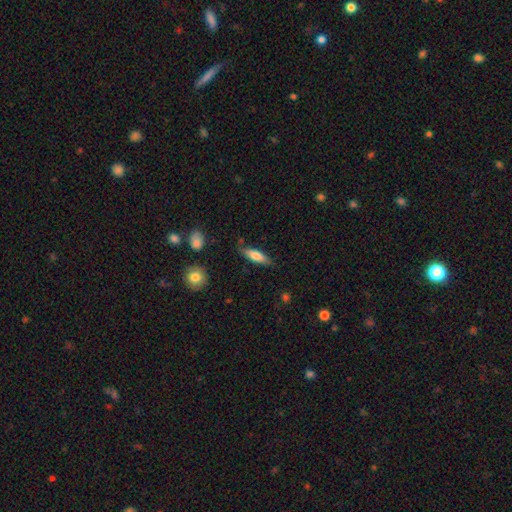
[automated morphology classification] A smooth galaxy with no disk features (69%) that is cigar-shaped (54%).

Vote fractions:
- Smooth or featured? smooth: 69% / featured or disk: 25% / star or artifact: 6%
- How rounded? cigar-shaped: 54% / in between: 44% / round: 2%
- Merging? none: 78% / minor disturbance: 16% / major disturbance: 3% / merger: 2%